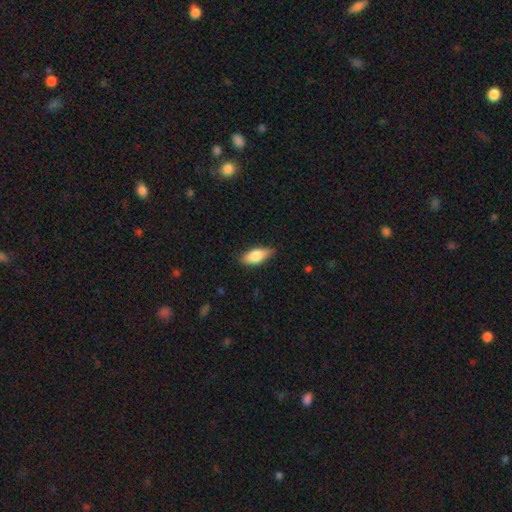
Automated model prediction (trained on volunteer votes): A smooth galaxy with no disk features (79%) that is in between round and cigar-shaped (83%). Merging: none (80%).